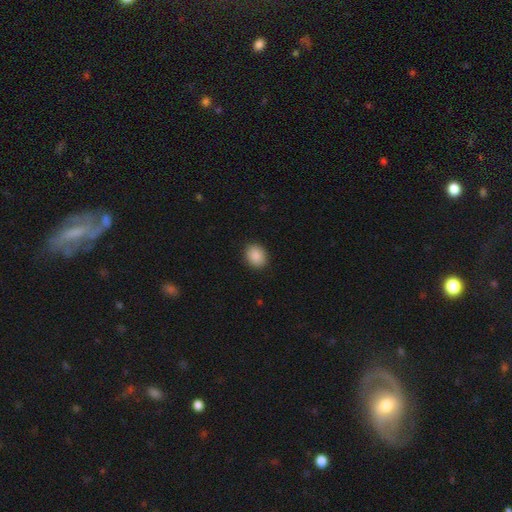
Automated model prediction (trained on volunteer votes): Smooth or featured?
  - smooth: 89% *
  - star or artifact: 7%
  - featured or disk: 4%
How rounded?
  - in between: 55% *
  - round: 44%
  - cigar-shaped: 1%
Merging?
  - none: 90% *
  - minor disturbance: 7%
  - major disturbance: 2%
  - merger: 1%